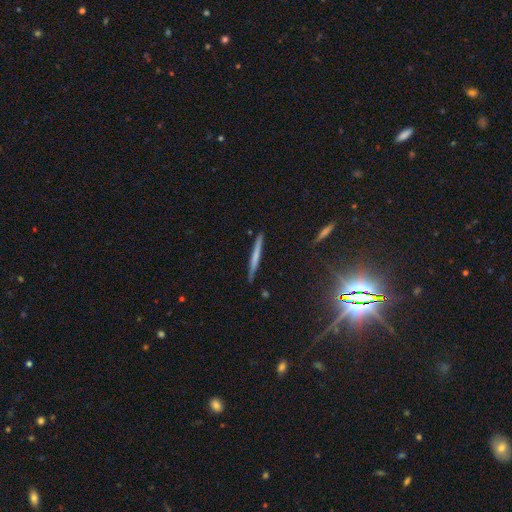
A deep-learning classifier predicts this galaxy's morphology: Smooth or featured? Predicted: smooth (p=0.51). How rounded? Predicted: cigar-shaped (p=0.96). Merging? Predicted: none (p=0.88).